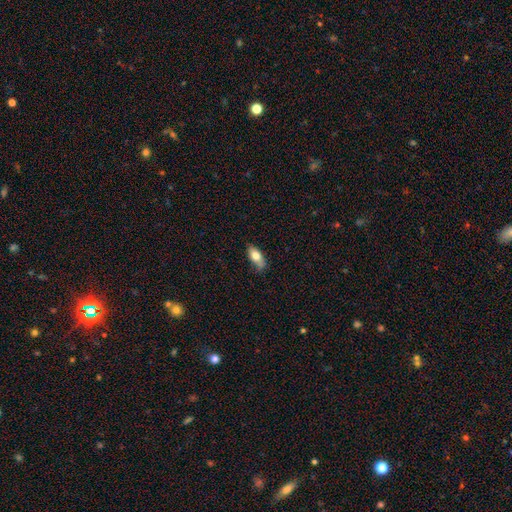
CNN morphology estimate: Overall: smooth (74%). How rounded: in between (81%). Merging: none (69%).